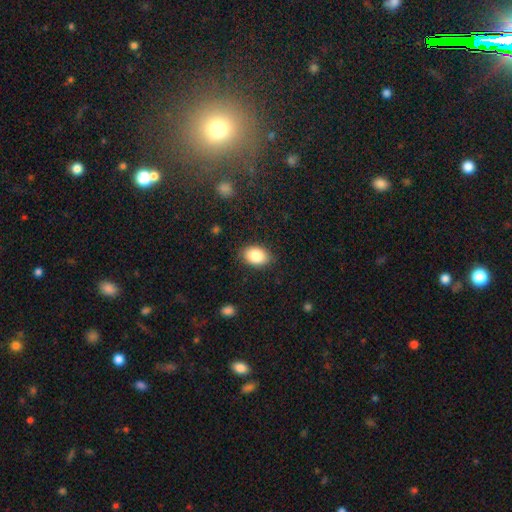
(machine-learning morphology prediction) smooth 88%, star or artifact 7%, featured or disk 5%. Down the decision tree: how rounded — in between (83%); merging — none (85%).